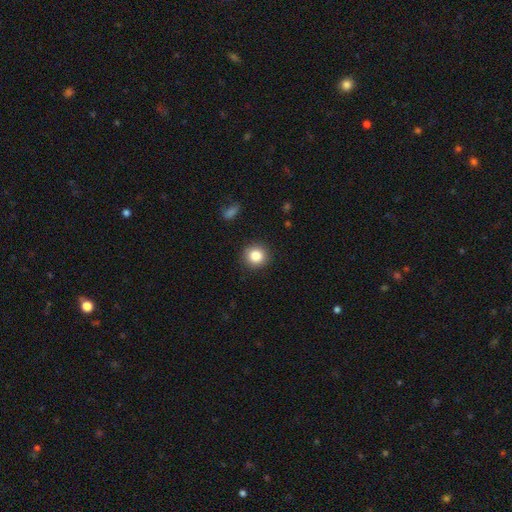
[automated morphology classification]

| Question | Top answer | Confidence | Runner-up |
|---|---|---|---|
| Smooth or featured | smooth | 85% | star or artifact (10%) |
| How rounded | round | 92% | in between (7%) |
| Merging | none | 90% | minor disturbance (7%) |